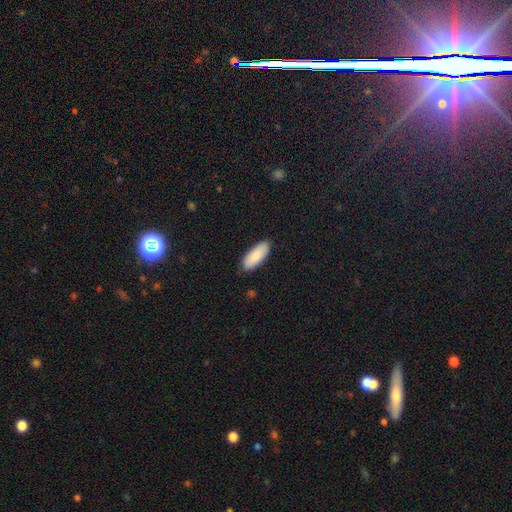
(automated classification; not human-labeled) Smooth or featured: smooth — 88% (featured or disk — 7%)
How rounded: in between — 81% (cigar-shaped — 18%)
Merging: none — 87% (minor disturbance — 10%)